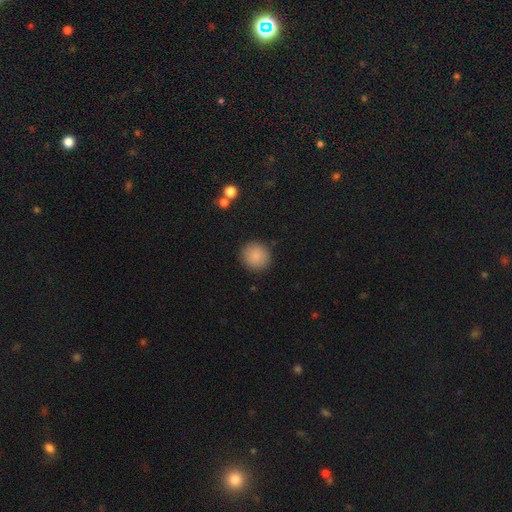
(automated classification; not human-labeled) Q: Smooth or featured?
A: smooth (88%); runner-up: star or artifact (8%)
Q: How rounded?
A: round (92%); runner-up: in between (7%)
Q: Merging?
A: none (90%); runner-up: minor disturbance (7%)